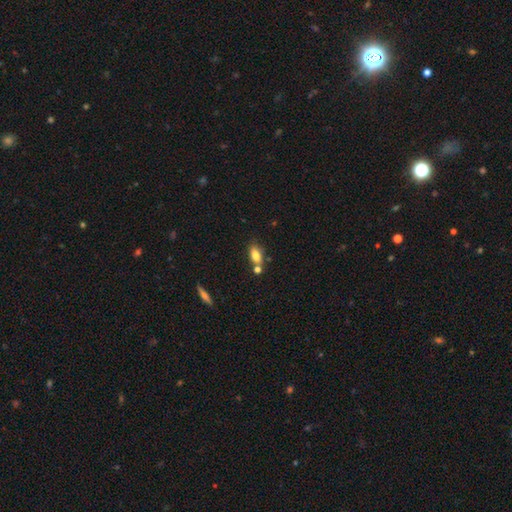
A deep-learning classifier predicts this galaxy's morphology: Q: Smooth or featured?
A: smooth (79%); runner-up: featured or disk (12%)
Q: How rounded?
A: in between (83%); runner-up: round (9%)
Q: Merging?
A: none (59%); runner-up: merger (22%)